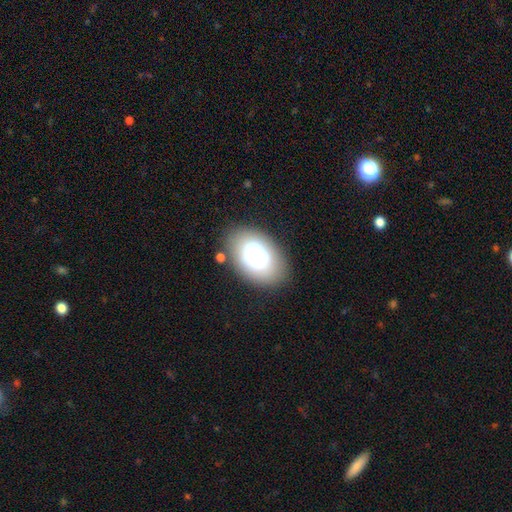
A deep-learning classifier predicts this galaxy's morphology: This is likely a smooth galaxy (71%). How rounded: clearly in between (86%). Merging: likely none (76%).